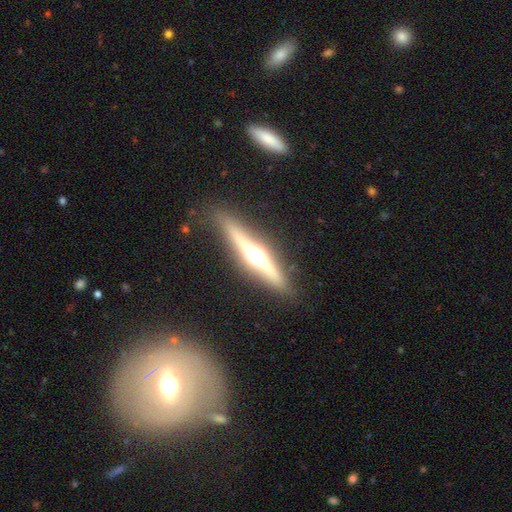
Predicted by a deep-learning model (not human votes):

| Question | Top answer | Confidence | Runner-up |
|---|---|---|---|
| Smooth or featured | featured or disk | 75% | smooth (17%) |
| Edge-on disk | yes | 96% | no (4%) |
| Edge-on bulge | rounded | 94% | boxy (4%) |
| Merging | none | 87% | minor disturbance (9%) |